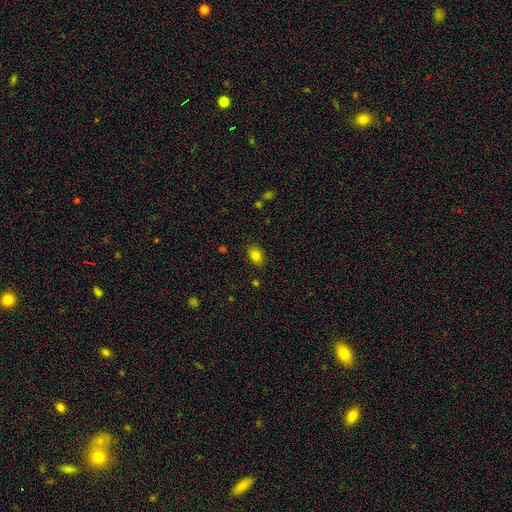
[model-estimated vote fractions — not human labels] Overall: smooth (81%). How rounded: in between (77%). Merging: none (85%).